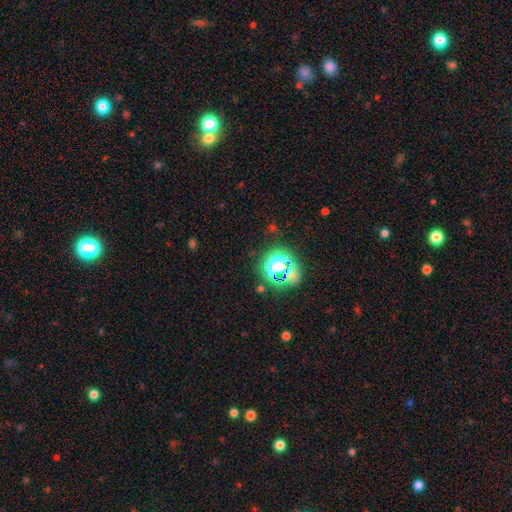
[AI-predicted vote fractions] smooth-or-featured: star or artifact: 73% | smooth: 19% | featured or disk: 8%